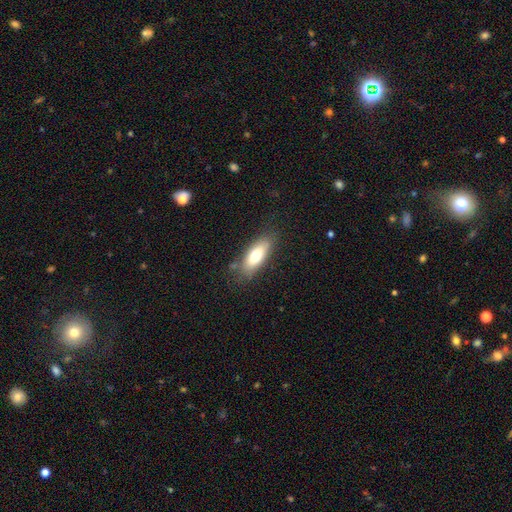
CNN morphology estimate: smooth-or-featured: smooth: 70% | featured or disk: 23% | star or artifact: 7%
  how-rounded: in between: 72% | cigar-shaped: 25% | round: 2%
  merging: none: 77% | minor disturbance: 16% | major disturbance: 5% | merger: 3%